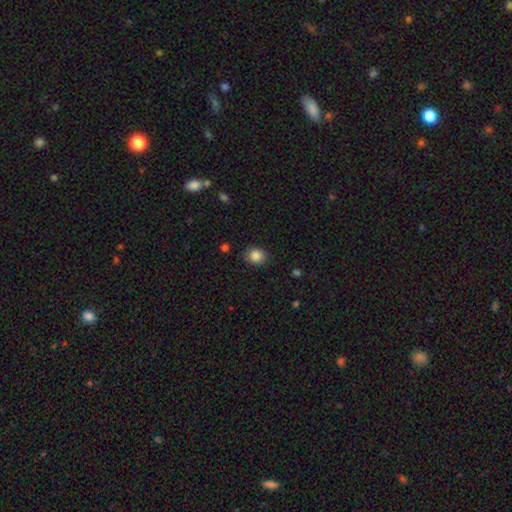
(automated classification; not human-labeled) Smooth or featured? smooth (86%)
How rounded? round (63%)
Merging? none (85%)